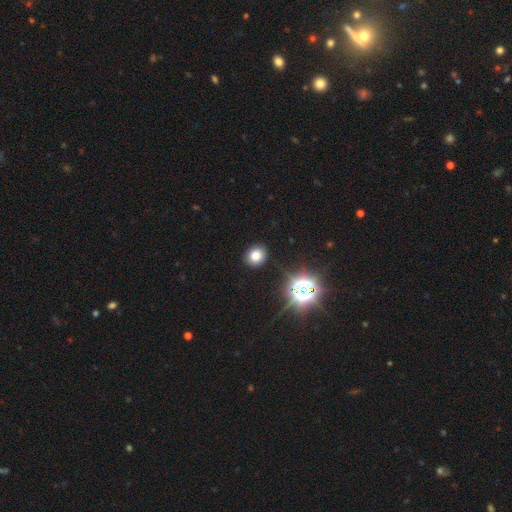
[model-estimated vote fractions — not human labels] Smooth or featured? smooth (76%)
How rounded? round (63%)
Merging? none (88%)